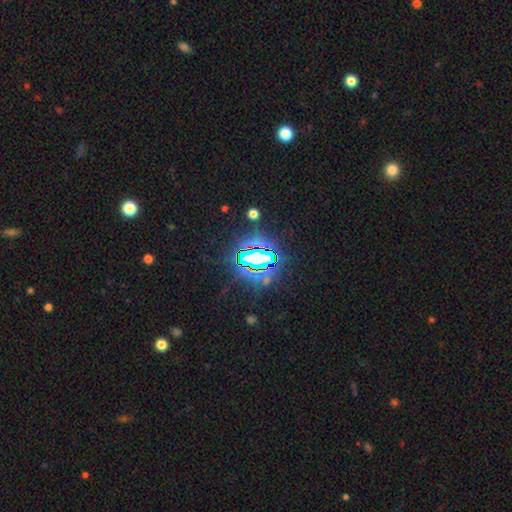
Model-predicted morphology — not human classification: A star or artifact, not a galaxy (77%).